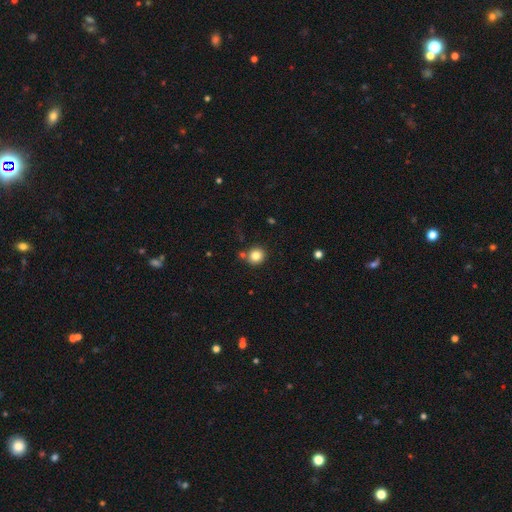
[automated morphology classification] smooth-or-featured: smooth: 83% | star or artifact: 11% | featured or disk: 6%
  how-rounded: round: 87% | in between: 13% | cigar-shaped: 1%
  merging: none: 76% | merger: 11% | minor disturbance: 10% | major disturbance: 3%